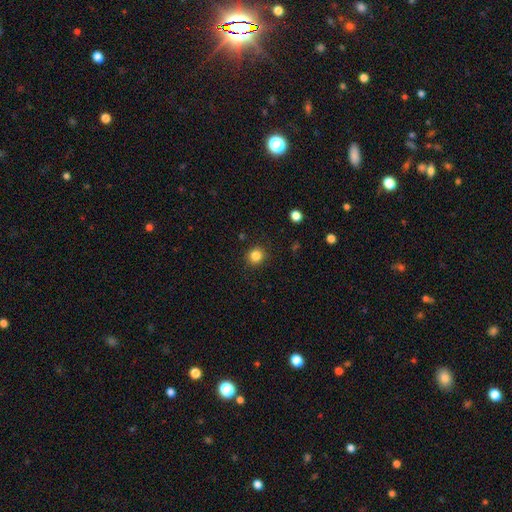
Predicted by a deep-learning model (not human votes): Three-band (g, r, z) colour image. It shows a smooth galaxy with no disk features (84%) that is round (89%). Merging: none (90%).